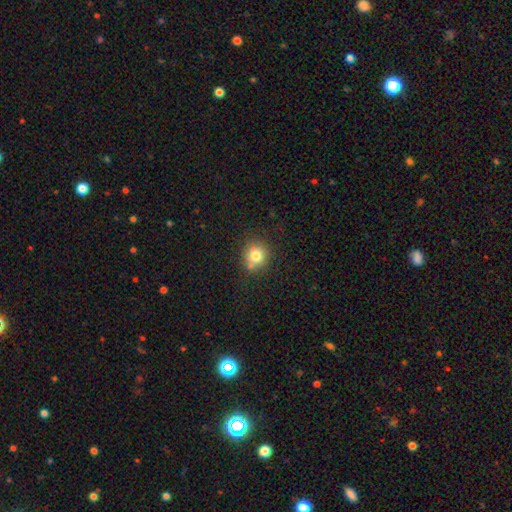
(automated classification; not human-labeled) smooth_or_featured: smooth (p=0.76) [alt: star or artifact p=0.12]
how_rounded: round (p=0.84) [alt: in between p=0.15]
merging: none (p=0.71) [alt: minor disturbance p=0.16]